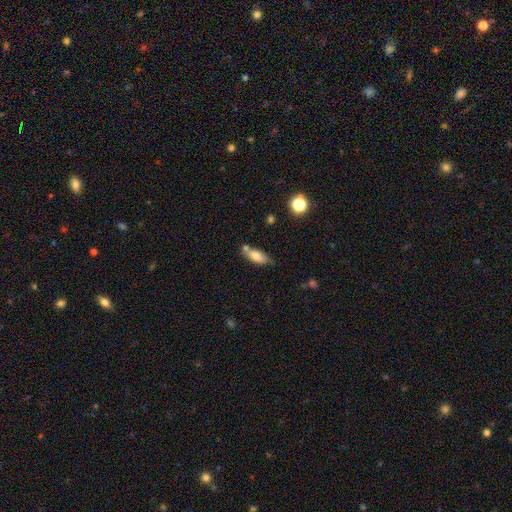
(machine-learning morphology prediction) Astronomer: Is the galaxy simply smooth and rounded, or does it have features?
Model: smooth — 75%.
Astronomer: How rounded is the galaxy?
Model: in between — 74%.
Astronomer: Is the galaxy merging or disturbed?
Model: none — 60%.